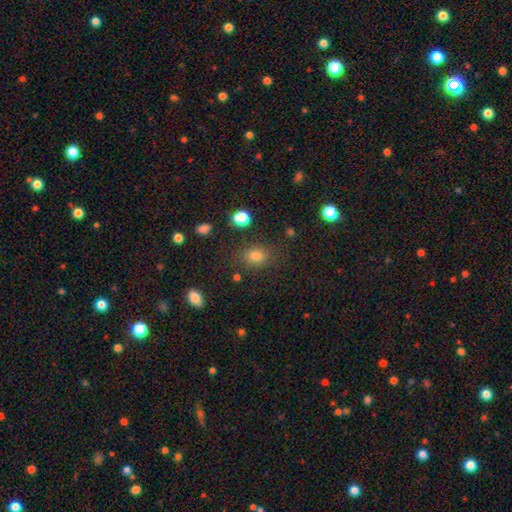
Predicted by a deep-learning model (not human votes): The model was most divided on "how rounded": in between: 54%, round: 44%, cigar-shaped: 1%. More confident: merging — none (80%); smooth or featured — smooth (78%).